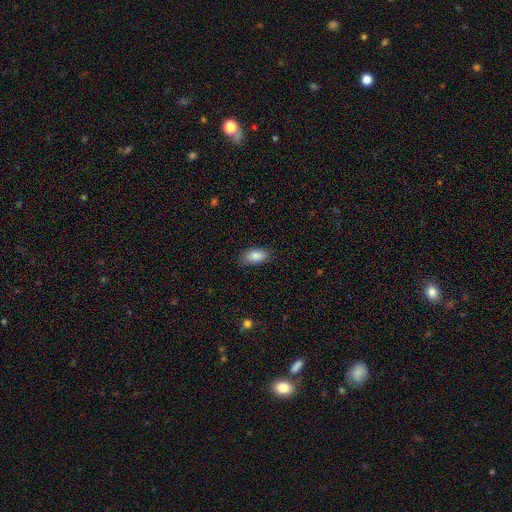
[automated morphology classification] This is clearly a smooth galaxy (87%). How rounded: clearly in between (92%). Merging: clearly none (83%).